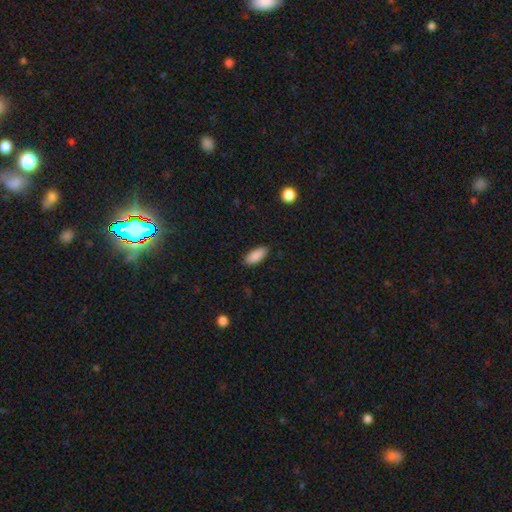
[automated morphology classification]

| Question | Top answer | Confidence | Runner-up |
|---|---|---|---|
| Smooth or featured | smooth | 89% | star or artifact (7%) |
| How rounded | in between | 86% | cigar-shaped (12%) |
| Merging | none | 86% | minor disturbance (10%) |